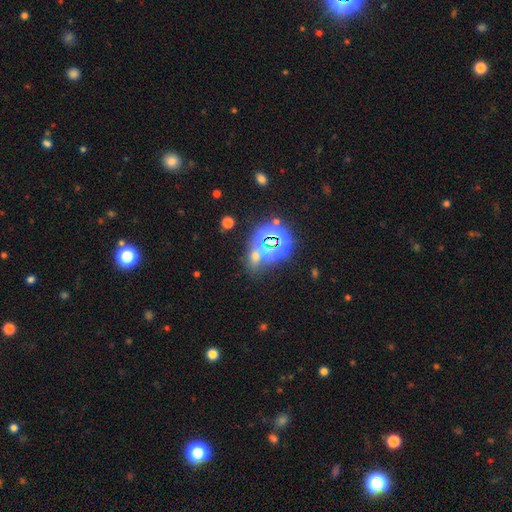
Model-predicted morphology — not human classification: Smooth or featured?
  - star or artifact: 56% *
  - smooth: 36%
  - featured or disk: 9%